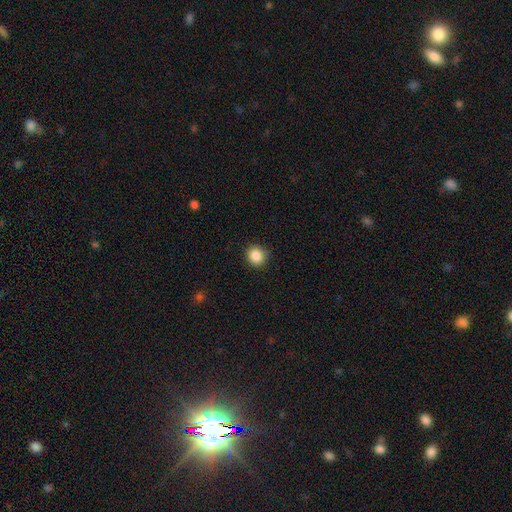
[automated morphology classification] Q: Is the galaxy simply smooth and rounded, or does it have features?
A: smooth — 87%.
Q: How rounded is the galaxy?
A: round — 84%.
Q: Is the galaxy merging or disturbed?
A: none — 87%.